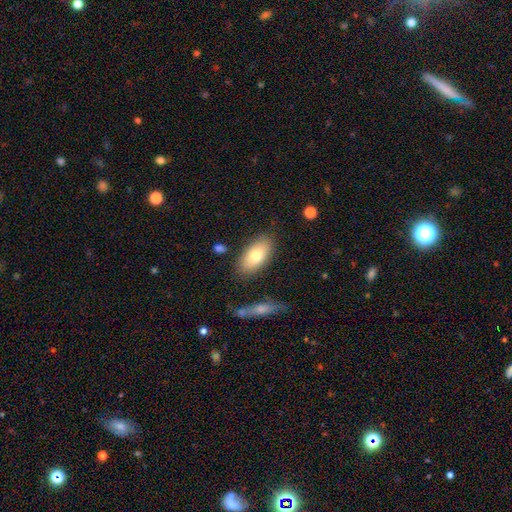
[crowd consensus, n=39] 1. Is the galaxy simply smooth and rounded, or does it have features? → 85% smooth, 13% featured or disk, 3% star or artifact.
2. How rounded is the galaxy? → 100% in between, 0% round, 0% cigar-shaped.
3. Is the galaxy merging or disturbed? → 87% none, 8% minor disturbance, 3% major disturbance, 3% merger.